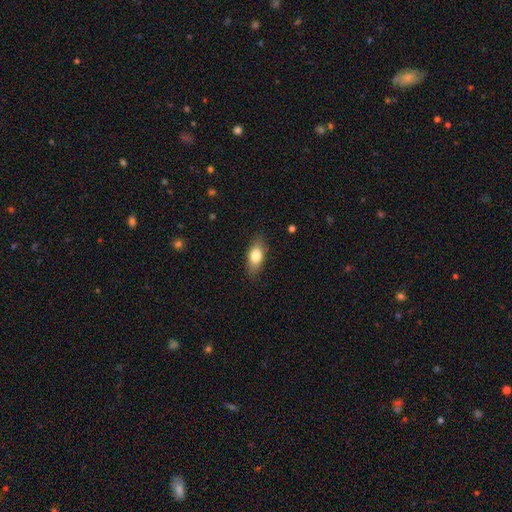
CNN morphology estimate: Q: Smooth or featured?
A: smooth (78%); runner-up: featured or disk (14%)
Q: How rounded?
A: in between (83%); runner-up: cigar-shaped (10%)
Q: Merging?
A: none (80%); runner-up: minor disturbance (16%)